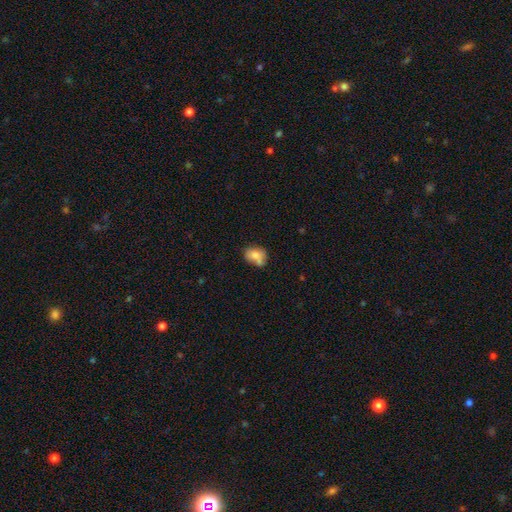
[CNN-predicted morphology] type=smooth (75%); roundness=in between (68%); merging=none (44%).